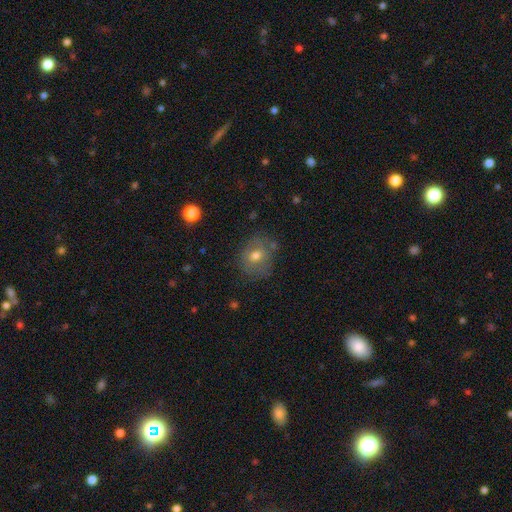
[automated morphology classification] Q: Smooth or featured?
A: smooth (64%); runner-up: featured or disk (23%)
Q: How rounded?
A: round (70%); runner-up: in between (29%)
Q: Merging?
A: none (73%); runner-up: minor disturbance (17%)